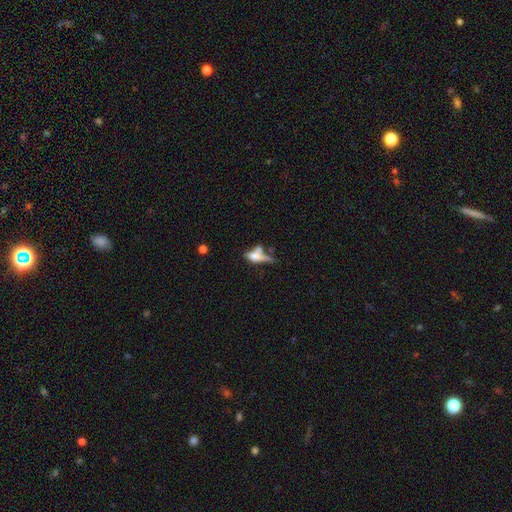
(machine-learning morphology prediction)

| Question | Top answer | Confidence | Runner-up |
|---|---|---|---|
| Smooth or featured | smooth | 52% | featured or disk (37%) |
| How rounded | in between | 47% | tied: cigar-shaped (47%) |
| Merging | merger | 37% | none (30%) |